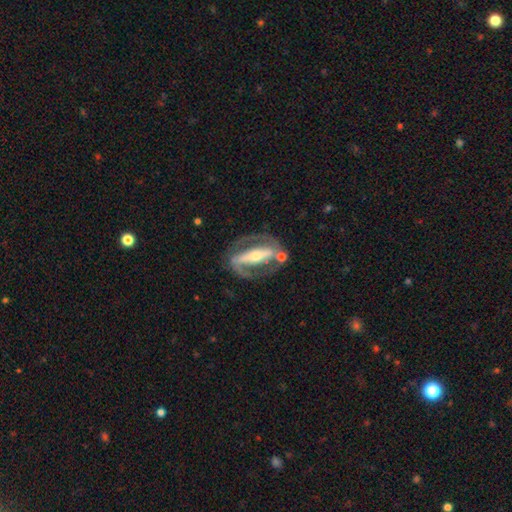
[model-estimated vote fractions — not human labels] Overall: featured or disk (85%). Edge-on disk: no (86%). Bar: strong (78%). Spiral arms: yes (76%). Spiral arm count: 2 (85%). Spiral winding: tight (42%, tied with medium). Bulge size: moderate (52%; small 40%). Merging: none (74%).